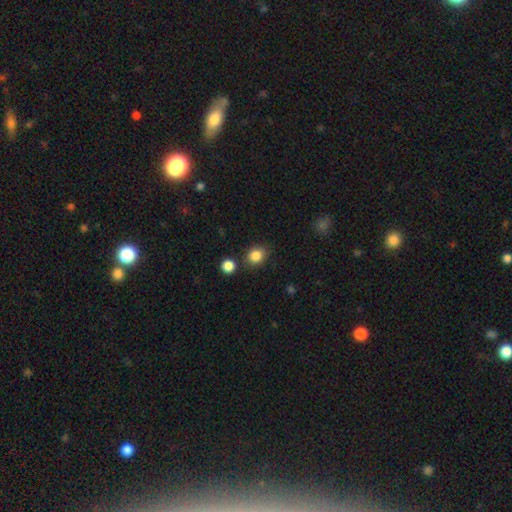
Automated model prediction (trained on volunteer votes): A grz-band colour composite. It shows a smooth galaxy with no disk features (85%) that is round (69%). Merging: none (81%).